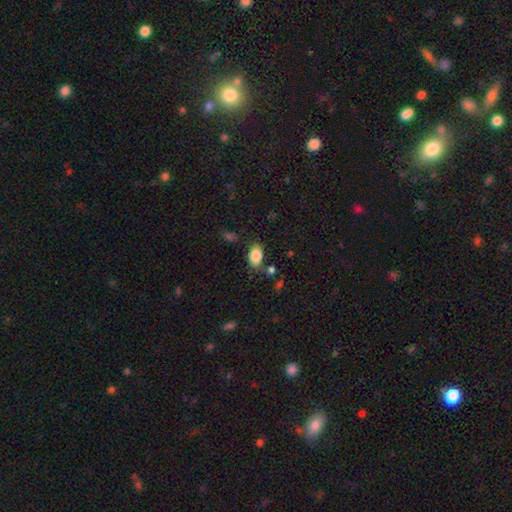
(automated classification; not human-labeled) This is clearly a smooth galaxy (86%). How rounded: clearly in between (91%). Merging: likely none (77%).